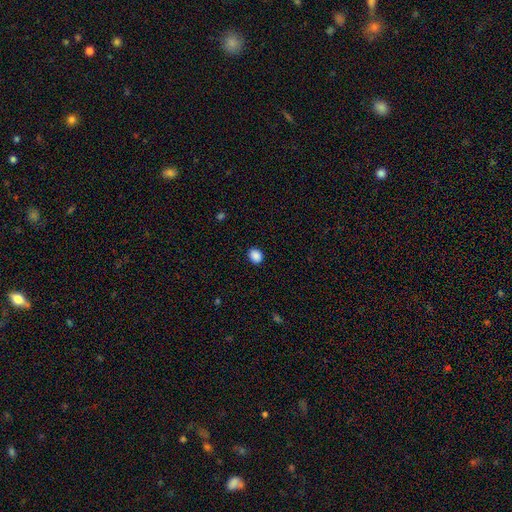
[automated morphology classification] smooth_or_featured: smooth (p=0.89) [alt: star or artifact p=0.09]
how_rounded: round (p=0.55) [alt: in between p=0.44]
merging: none (p=0.90) [alt: minor disturbance p=0.07]